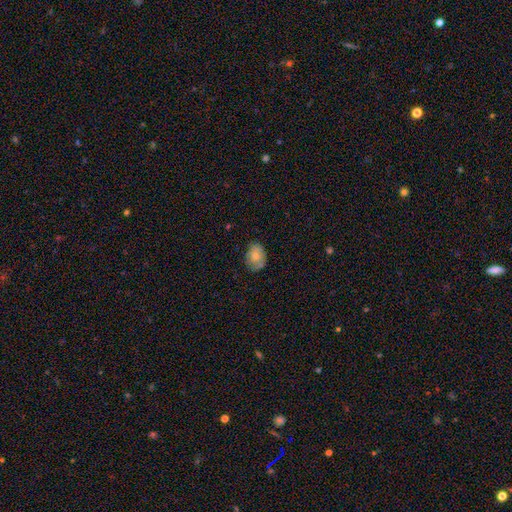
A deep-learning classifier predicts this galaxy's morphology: This is likely a smooth galaxy (72%). How rounded: likely in between (68%). Merging: likely none (64%).